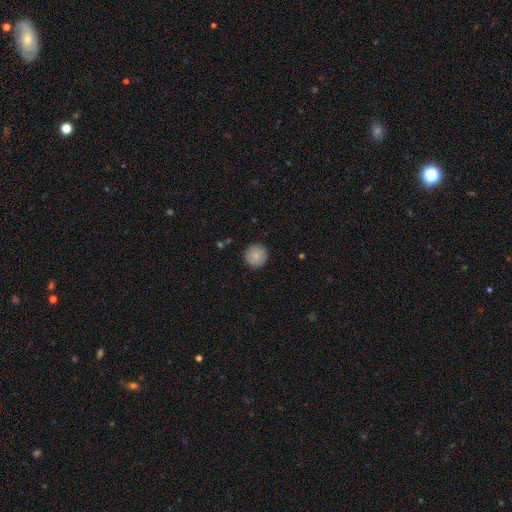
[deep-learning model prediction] smooth_or_featured: smooth (p=0.83) [alt: featured or disk p=0.10]
how_rounded: round (p=0.95) [alt: in between p=0.04]
merging: none (p=0.89) [alt: minor disturbance p=0.08]